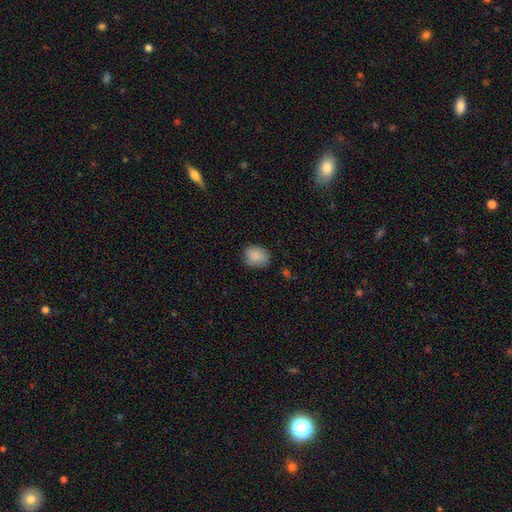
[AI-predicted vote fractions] Smooth or featured: smooth — 88% (star or artifact — 7%)
How rounded: in between — 50% (round — 49%)
Merging: none — 75% (minor disturbance — 20%)